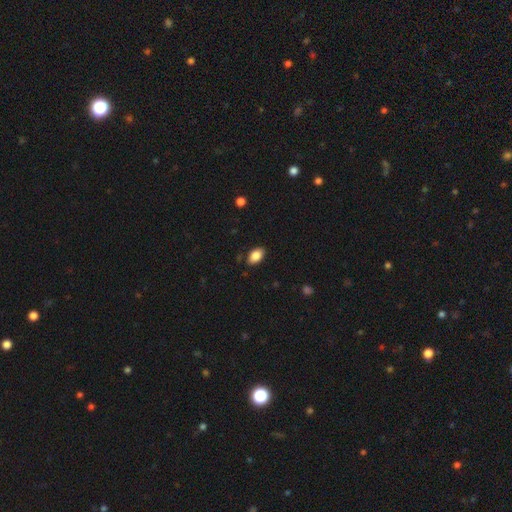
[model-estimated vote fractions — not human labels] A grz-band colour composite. It shows a smooth galaxy with no disk features (87%) that is in between round and cigar-shaped (92%). Merging: none (85%).